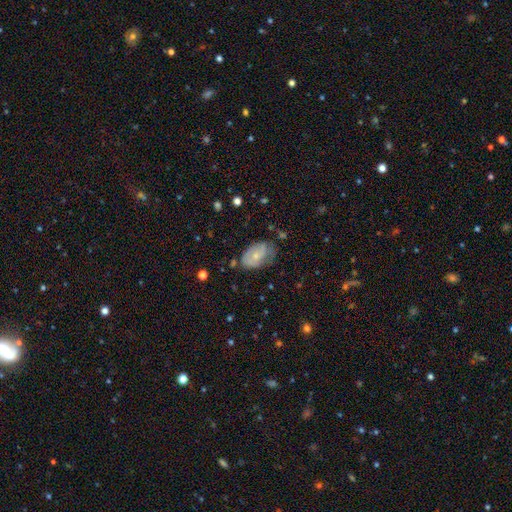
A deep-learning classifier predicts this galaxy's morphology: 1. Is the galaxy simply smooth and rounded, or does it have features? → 57% smooth, 35% featured or disk, 8% star or artifact.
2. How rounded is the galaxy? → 90% in between, 9% round, 2% cigar-shaped.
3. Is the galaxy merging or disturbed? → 50% none, 35% minor disturbance, 13% major disturbance, 3% merger.